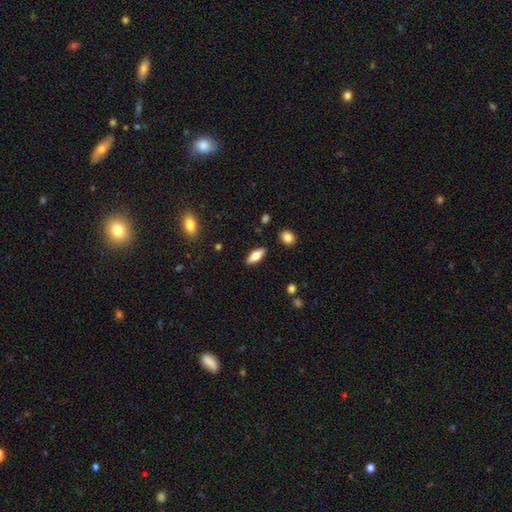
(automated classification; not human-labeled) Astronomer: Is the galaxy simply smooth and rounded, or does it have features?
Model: smooth — 62%.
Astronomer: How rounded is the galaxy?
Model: in between — 69%.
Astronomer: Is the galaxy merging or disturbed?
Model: none — 88%.